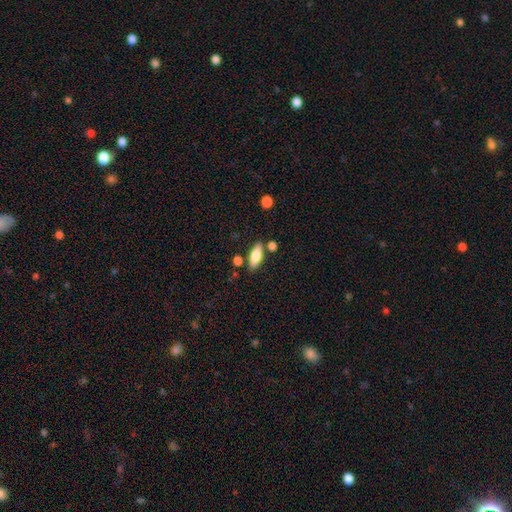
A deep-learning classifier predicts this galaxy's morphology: Smooth or featured: smooth — 76% (featured or disk — 17%)
How rounded: in between — 68% (cigar-shaped — 29%)
Merging: none — 77% (minor disturbance — 11%)